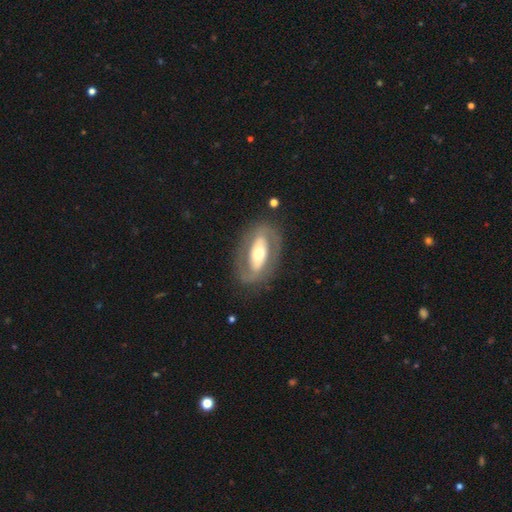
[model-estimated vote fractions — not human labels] Smooth or featured?
  - featured or disk: 73% *
  - smooth: 22%
  - star or artifact: 5%
Edge-on disk?
  - no: 92% *
  - yes: 8%
Bar?
  - no: 40% *
  - strong: 37%
  - weak: 23%
Spiral arms?
  - yes: 60% *
  - no: 40%
Bulge size?
  - moderate: 64% *
  - small: 19%
  - large: 14%
  - dominant: 2%
  - none: 1%
Merging?
  - none: 81% *
  - minor disturbance: 12%
  - major disturbance: 6%
  - merger: 1%